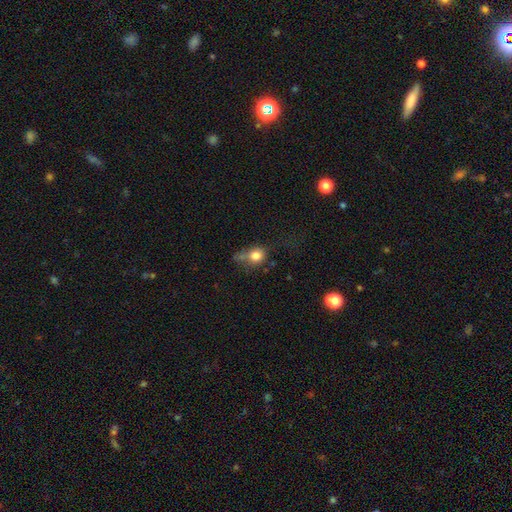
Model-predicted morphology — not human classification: The model was most divided on "merging": none: 41%, minor disturbance: 27%, major disturbance: 19%, merger: 14%. More confident: smooth or featured — smooth (78%); how rounded — round (67%).